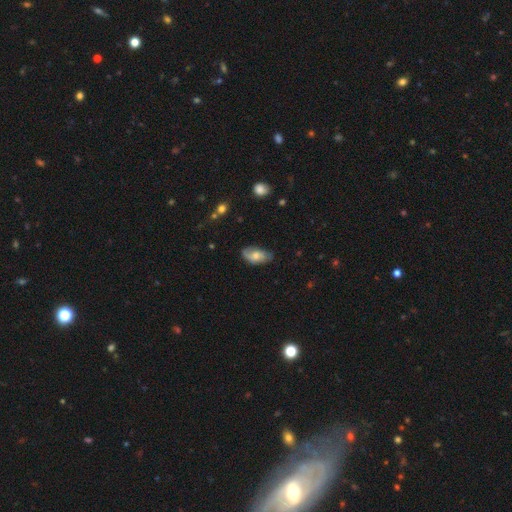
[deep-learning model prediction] This is possibly a smooth galaxy (51%). How rounded: clearly in between (91%). Merging: likely none (64%).